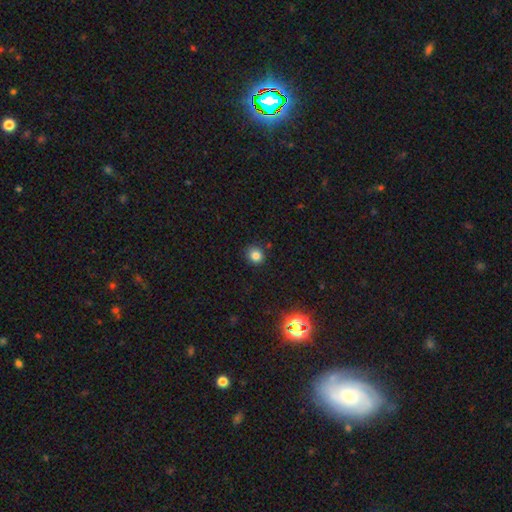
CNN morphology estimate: A smooth galaxy with no disk features (82%) that is round (85%).

Vote fractions:
- Smooth or featured? smooth: 82% / star or artifact: 14% / featured or disk: 5%
- How rounded? round: 85% / in between: 14% / cigar-shaped: 1%
- Merging? none: 87% / minor disturbance: 9% / major disturbance: 2% / merger: 2%